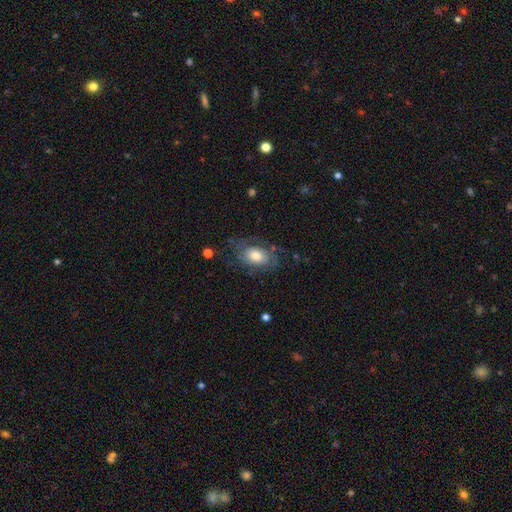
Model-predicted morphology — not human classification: Smooth or featured?
  - smooth: 48% *
  - featured or disk: 45%
  - star or artifact: 8%
Merging?
  - none: 60% *
  - minor disturbance: 23%
  - major disturbance: 16%
  - merger: 2%